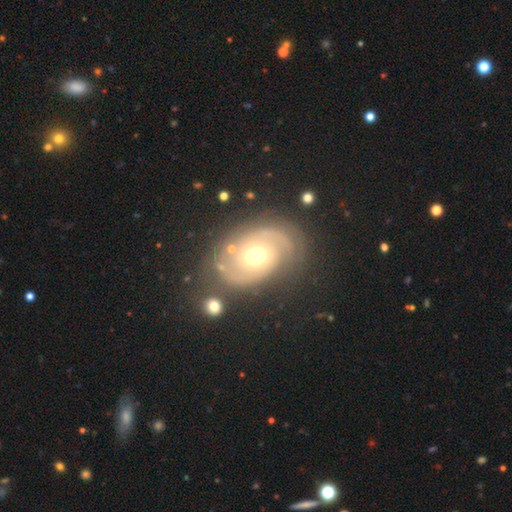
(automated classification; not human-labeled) A featured or disk galaxy (84%) with no bar (69%), 2 (81%) tight (56%) spiral arms (94%) and a moderate central bulge (66%). Merging: none (77%).